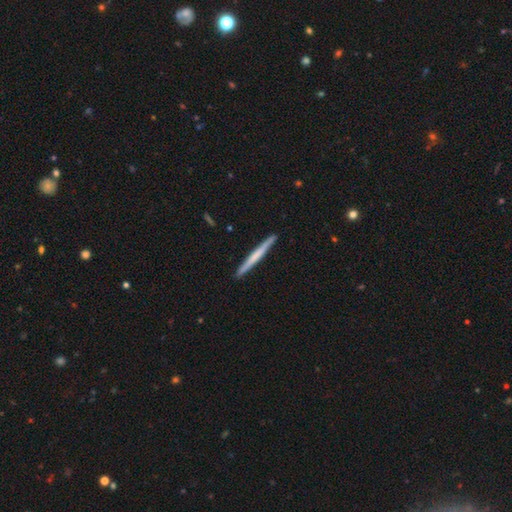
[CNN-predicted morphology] smooth_or_featured: smooth (p=0.49) [alt: featured or disk p=0.46]
merging: none (p=0.92) [alt: minor disturbance p=0.06]